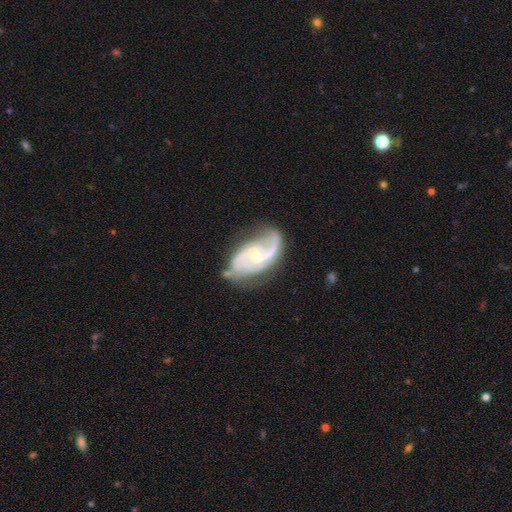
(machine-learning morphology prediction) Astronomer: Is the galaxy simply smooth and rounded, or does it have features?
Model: featured or disk — 88%.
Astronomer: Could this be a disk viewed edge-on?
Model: no — 97%.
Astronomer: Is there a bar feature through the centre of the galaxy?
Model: weak — 48% (runner-up: no, 40%).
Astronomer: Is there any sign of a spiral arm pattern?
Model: yes — 97%.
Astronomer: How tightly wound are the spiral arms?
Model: medium — 51% (runner-up: loose, 28%).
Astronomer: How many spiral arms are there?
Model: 2 — 81%.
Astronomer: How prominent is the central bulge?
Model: small — 59%.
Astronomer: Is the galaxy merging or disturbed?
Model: none — 61%.